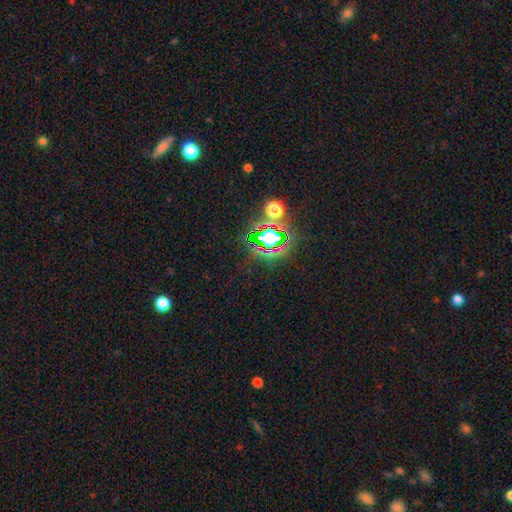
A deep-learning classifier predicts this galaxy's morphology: smooth_or_featured: star or artifact (p=0.80) [alt: smooth p=0.12]